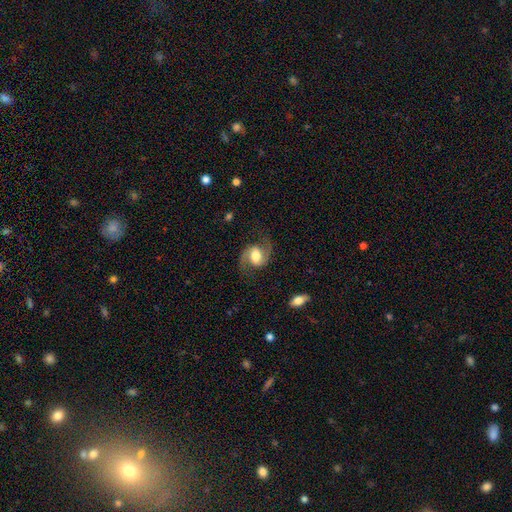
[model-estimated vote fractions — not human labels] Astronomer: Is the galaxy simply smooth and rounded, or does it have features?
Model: featured or disk — 84%.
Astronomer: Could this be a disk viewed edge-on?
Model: no — 98%.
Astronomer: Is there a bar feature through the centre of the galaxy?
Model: weak — 42% (runner-up: no, 41%).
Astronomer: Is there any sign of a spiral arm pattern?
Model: yes — 97%.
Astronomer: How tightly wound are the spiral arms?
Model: medium — 51% (runner-up: loose, 38%).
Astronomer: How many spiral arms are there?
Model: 2 — 94%.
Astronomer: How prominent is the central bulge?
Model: moderate — 52% (runner-up: large, 33%).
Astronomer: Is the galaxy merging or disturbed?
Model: none — 78%.